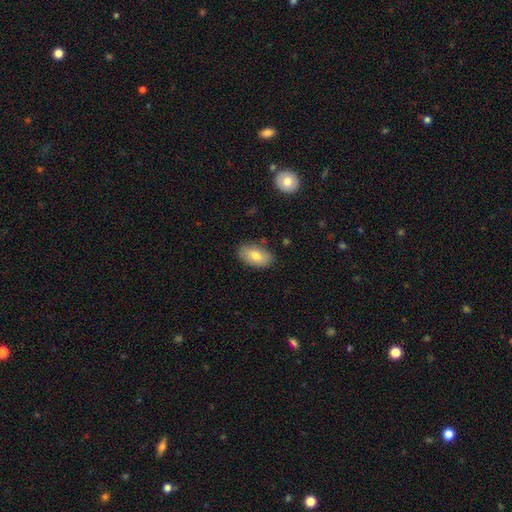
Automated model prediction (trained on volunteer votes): smooth-or-featured: smooth: 77% | featured or disk: 16% | star or artifact: 7%
  how-rounded: in between: 93% | round: 4% | cigar-shaped: 2%
  merging: none: 82% | minor disturbance: 13% | major disturbance: 3% | merger: 2%